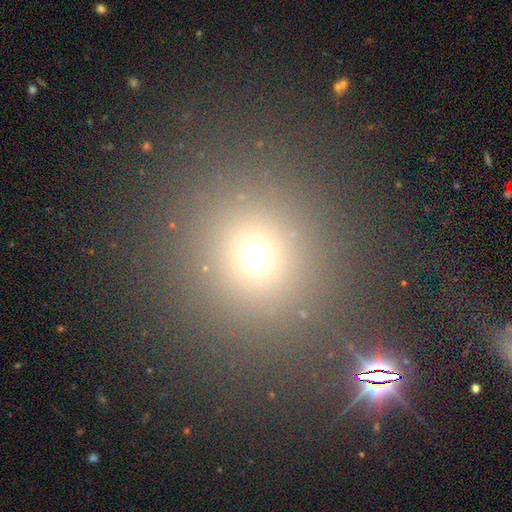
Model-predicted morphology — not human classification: Q: Smooth or featured?
A: smooth (63%); runner-up: star or artifact (29%)
Q: How rounded?
A: round (90%); runner-up: in between (9%)
Q: Merging?
A: none (84%); runner-up: minor disturbance (7%)